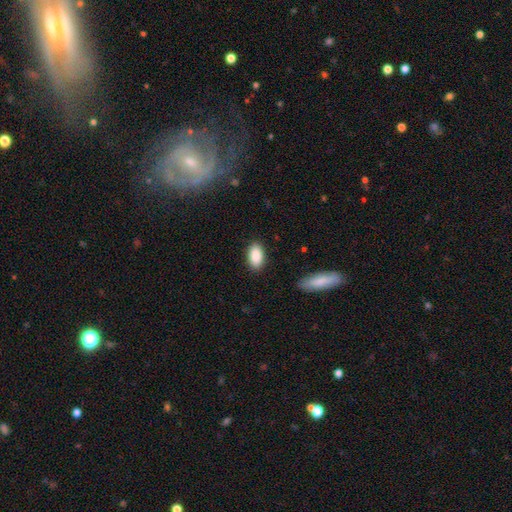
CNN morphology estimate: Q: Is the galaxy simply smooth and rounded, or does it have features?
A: smooth — 90%.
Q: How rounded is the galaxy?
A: in between — 93%.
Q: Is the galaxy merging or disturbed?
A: none — 87%.